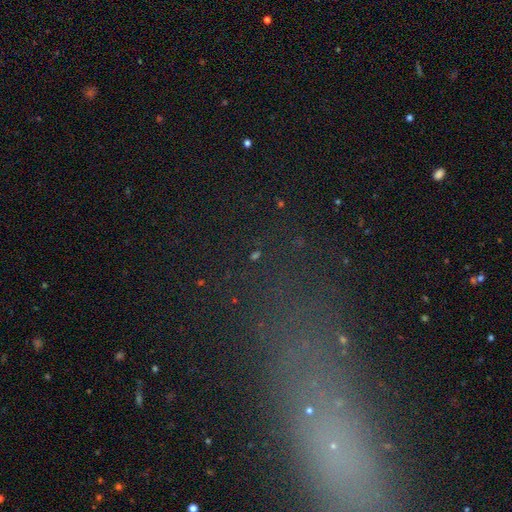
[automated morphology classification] Smooth or featured: star or artifact — 70% (smooth — 19%)